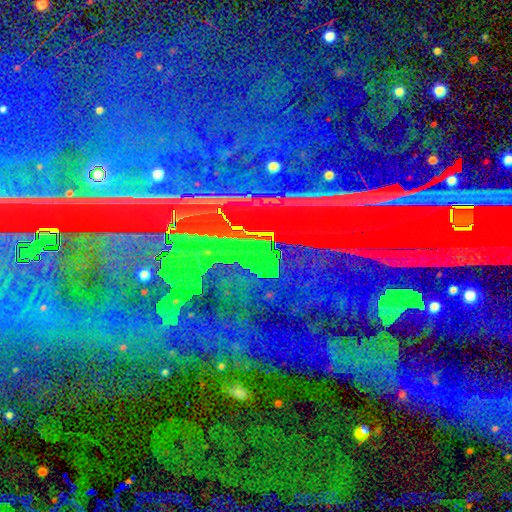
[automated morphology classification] Overall: star or artifact (86%).